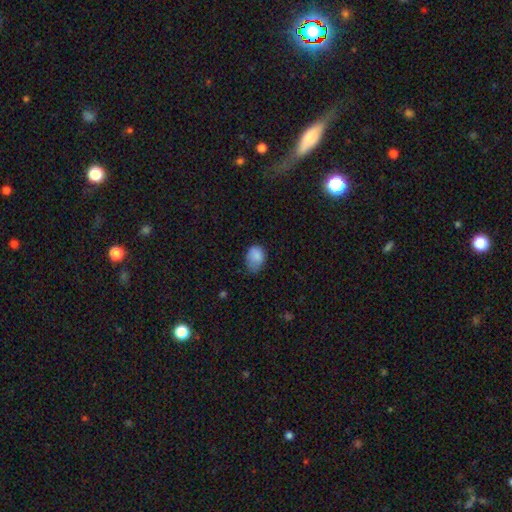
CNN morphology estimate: smooth 85%, star or artifact 9%, featured or disk 6%. Down the decision tree: how rounded — in between (71%); merging — minor disturbance (43%).